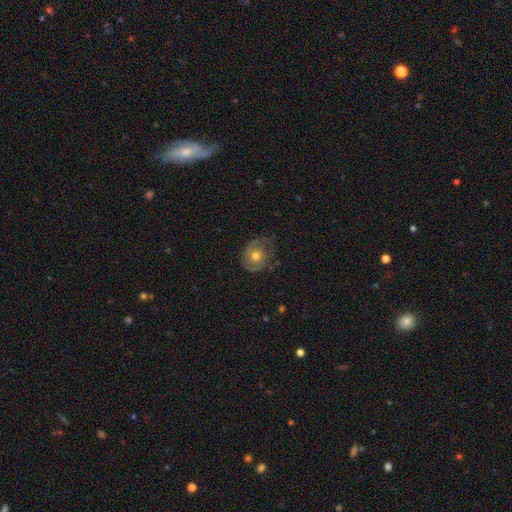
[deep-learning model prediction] smooth-or-featured: featured or disk: 66% | smooth: 27% | star or artifact: 7%
  disk-edge-on: no: 97% | yes: 3%
    bar: no: 80% | weak: 17% | strong: 3%
    has-spiral-arms: yes: 85% | no: 15%
      spiral-winding: tight: 47% | medium: 37% | loose: 16%
      spiral-arm-count: 2: 60% | 1: 20% | can't tell: 14% | 3: 3% | 4: 2% | more than 4: 2%
    bulge-size: moderate: 70% | small: 22% | large: 5% | none: 1% | dominant: 1%
  merging: none: 62% | minor disturbance: 23% | major disturbance: 14% | merger: 1%